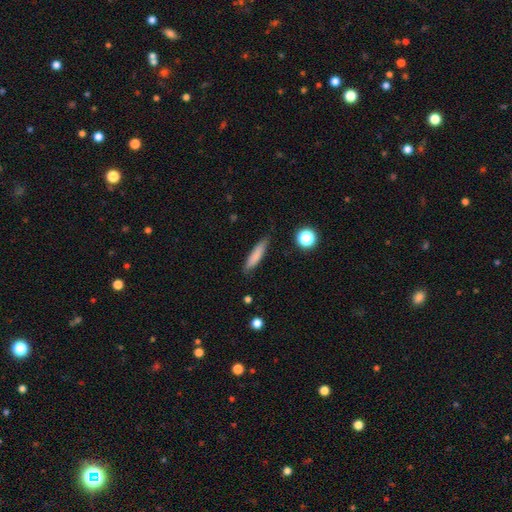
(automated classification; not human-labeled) Overall: smooth (80%). How rounded: cigar-shaped (82%). Merging: none (83%).